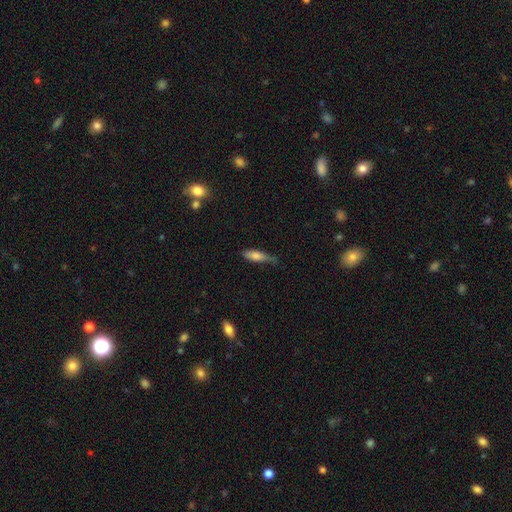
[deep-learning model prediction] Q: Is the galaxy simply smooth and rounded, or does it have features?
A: smooth — 75%.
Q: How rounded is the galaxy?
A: cigar-shaped — 50%.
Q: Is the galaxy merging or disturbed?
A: none — 52%.